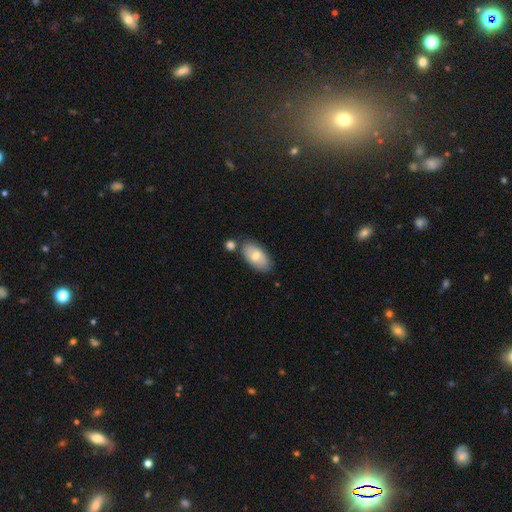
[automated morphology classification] Smooth or featured? Predicted: smooth (p=0.69). How rounded? Predicted: in between (p=0.94). Merging? Predicted: none (p=0.70).